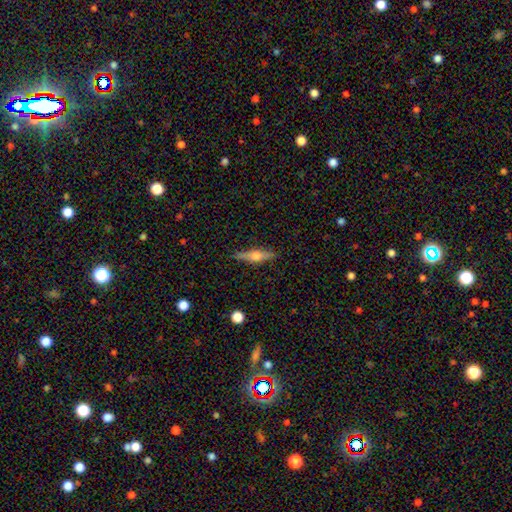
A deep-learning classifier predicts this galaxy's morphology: featured or disk 60%, smooth 33%, star or artifact 7%. Down the decision tree: edge-on disk — yes (96%); edge-on bulge — rounded (91%); merging — none (87%).